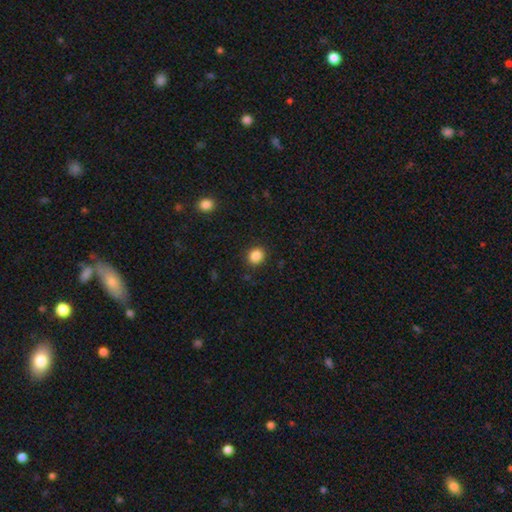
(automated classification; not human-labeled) Smooth or featured? smooth (86%)
How rounded? round (73%)
Merging? none (89%)